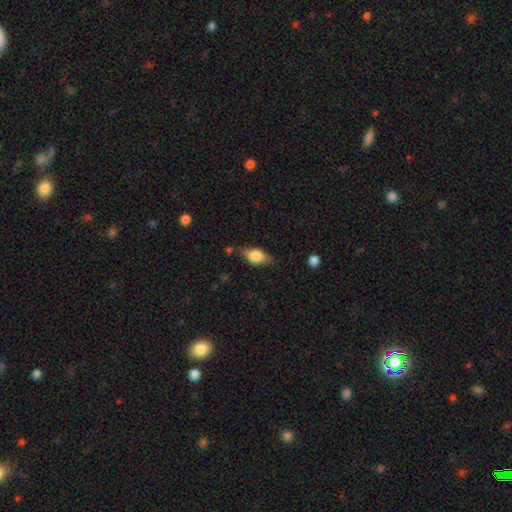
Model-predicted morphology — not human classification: A smooth galaxy with no disk features (69%) that is in between round and cigar-shaped (84%).

Vote fractions:
- Smooth or featured? smooth: 69% / featured or disk: 23% / star or artifact: 7%
- How rounded? in between: 84% / cigar-shaped: 9% / round: 7%
- Merging? none: 72% / minor disturbance: 20% / major disturbance: 5% / merger: 3%